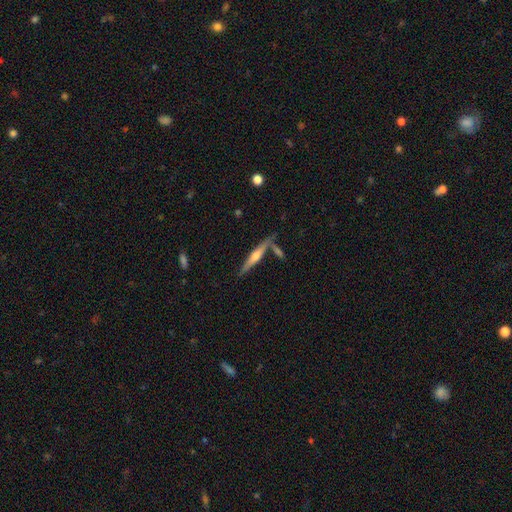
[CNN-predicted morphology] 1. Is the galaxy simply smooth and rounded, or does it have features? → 69% featured or disk, 25% smooth, 6% star or artifact.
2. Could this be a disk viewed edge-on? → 97% yes, 3% no.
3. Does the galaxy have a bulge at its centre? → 88% rounded, 6% none, 6% boxy.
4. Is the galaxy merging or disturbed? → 74% none, 12% merger, 11% minor disturbance, 3% major disturbance.